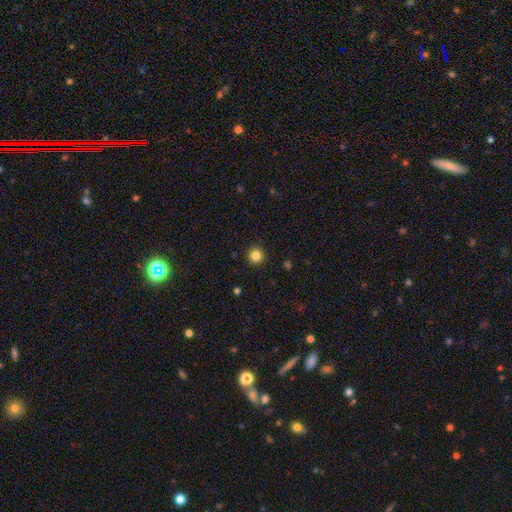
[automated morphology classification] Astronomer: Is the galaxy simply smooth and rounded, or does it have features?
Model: smooth — 84%.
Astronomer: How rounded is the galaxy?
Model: round — 95%.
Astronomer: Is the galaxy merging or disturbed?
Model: none — 93%.